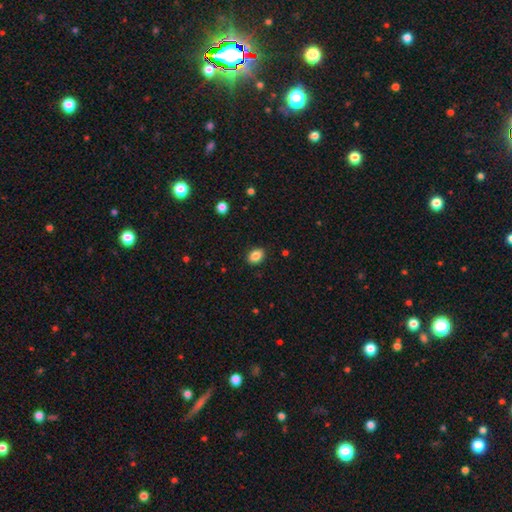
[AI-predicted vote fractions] Overall: smooth (87%). How rounded: in between (69%; round 30%). Merging: none (88%).